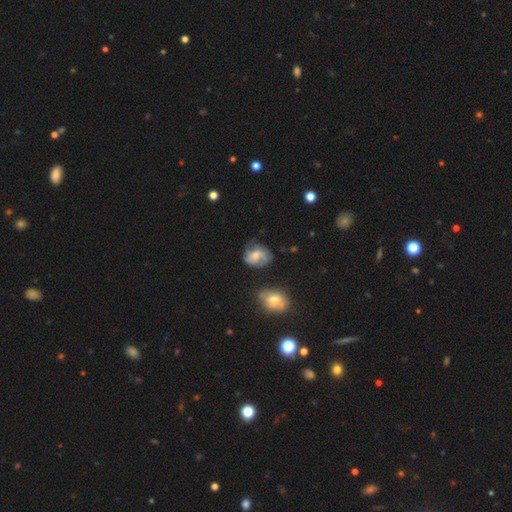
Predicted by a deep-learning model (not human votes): Q: Smooth or featured?
A: featured or disk (54%); runner-up: smooth (37%)
Q: Edge-on disk?
A: no (97%); runner-up: yes (3%)
Q: Bar?
A: no (62%); runner-up: weak (33%)
Q: Spiral arms?
A: yes (83%); runner-up: no (17%)
Q: Bulge size?
A: moderate (45%); runner-up: small (29%)
Q: Merging?
A: none (54%); runner-up: minor disturbance (27%)